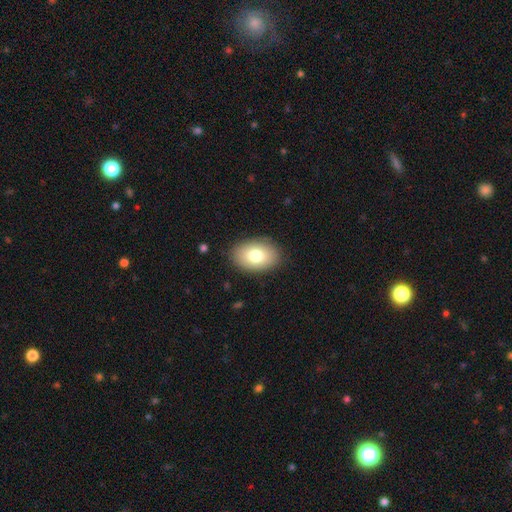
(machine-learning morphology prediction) type=smooth (78%); roundness=in between (86%); merging=none (87%).